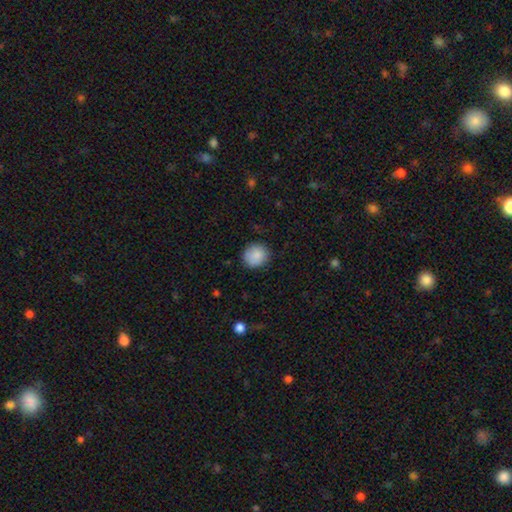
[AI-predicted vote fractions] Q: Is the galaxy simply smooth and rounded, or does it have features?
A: smooth — 87%.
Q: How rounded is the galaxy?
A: round — 88%.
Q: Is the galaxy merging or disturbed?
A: none — 84%.